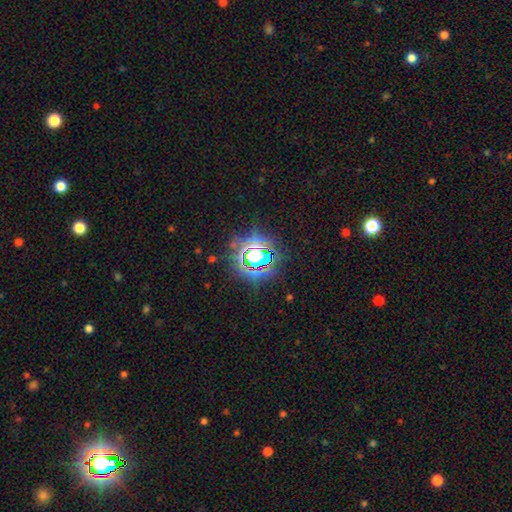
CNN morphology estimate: star or artifact 66%, smooth 21%, featured or disk 13%.